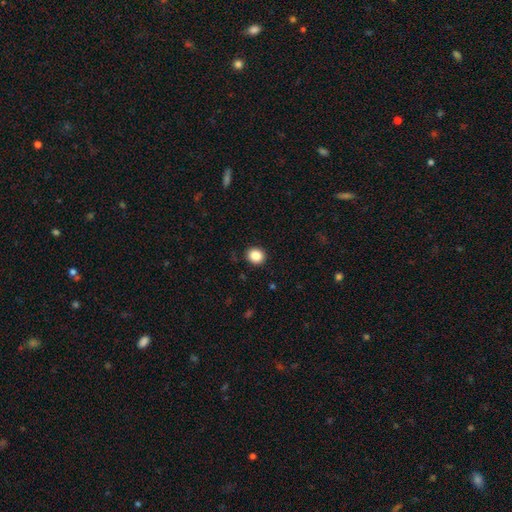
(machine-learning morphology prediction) Smooth or featured? smooth (87%)
How rounded? round (80%)
Merging? none (91%)